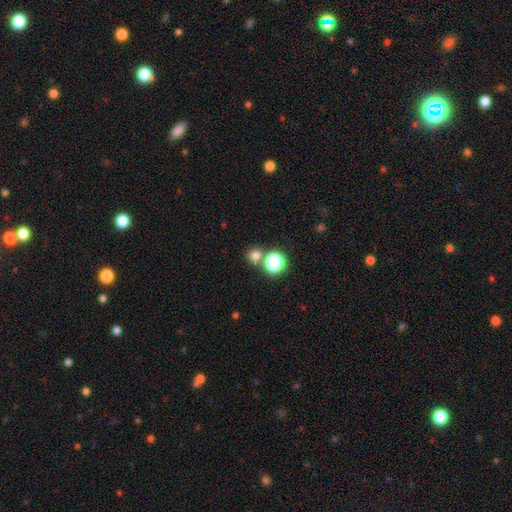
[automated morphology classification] Smooth or featured?
  - smooth: 73% *
  - star or artifact: 21%
  - featured or disk: 6%
How rounded?
  - round: 89% *
  - in between: 10%
  - cigar-shaped: 1%
Merging?
  - none: 69% *
  - merger: 21%
  - minor disturbance: 7%
  - major disturbance: 3%